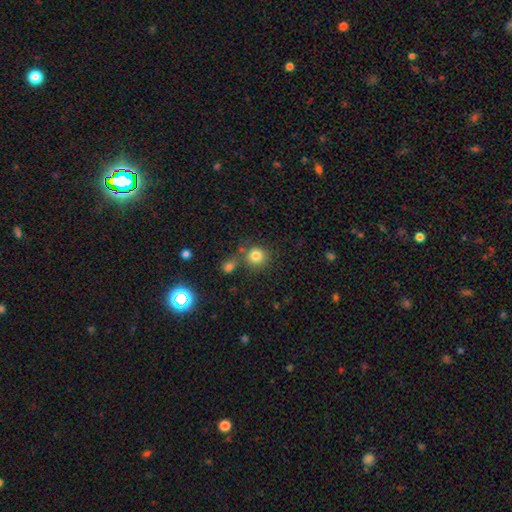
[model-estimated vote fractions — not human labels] Q: Smooth or featured?
A: smooth (81%); runner-up: star or artifact (12%)
Q: How rounded?
A: round (91%); runner-up: in between (8%)
Q: Merging?
A: none (69%); runner-up: merger (17%)